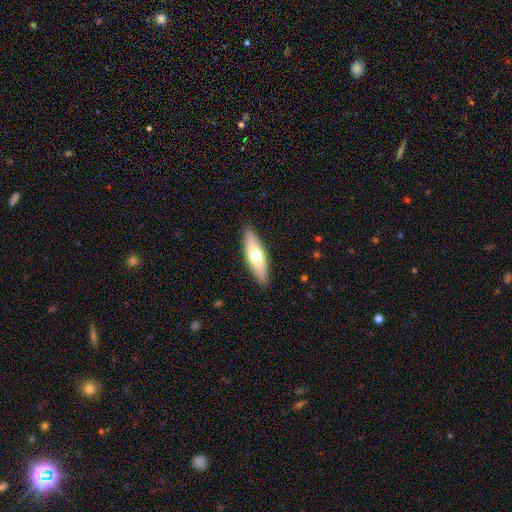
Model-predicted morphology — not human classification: Smooth or featured: smooth — 60% (featured or disk — 34%)
How rounded: cigar-shaped — 58% (in between — 40%)
Merging: none — 89% (minor disturbance — 8%)